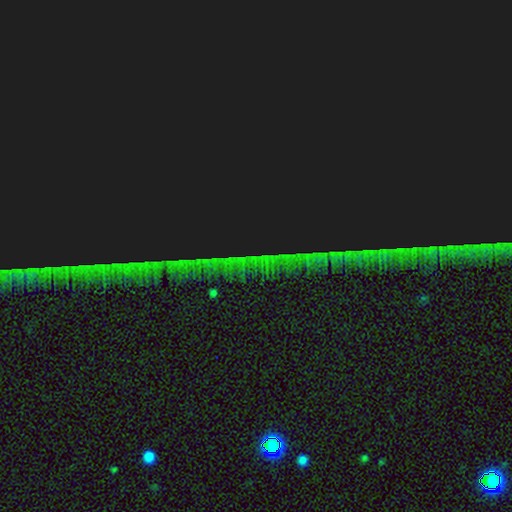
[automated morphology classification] smooth-or-featured: star or artifact: 84% | featured or disk: 8% | smooth: 8%